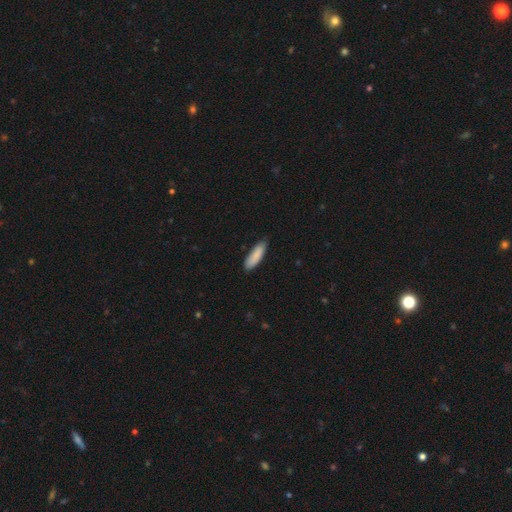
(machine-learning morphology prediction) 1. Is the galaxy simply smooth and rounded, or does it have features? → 88% smooth, 7% featured or disk, 6% star or artifact.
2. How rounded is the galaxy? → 57% cigar-shaped, 42% in between, 1% round.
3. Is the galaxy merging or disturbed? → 81% none, 16% minor disturbance, 2% major disturbance, 1% merger.